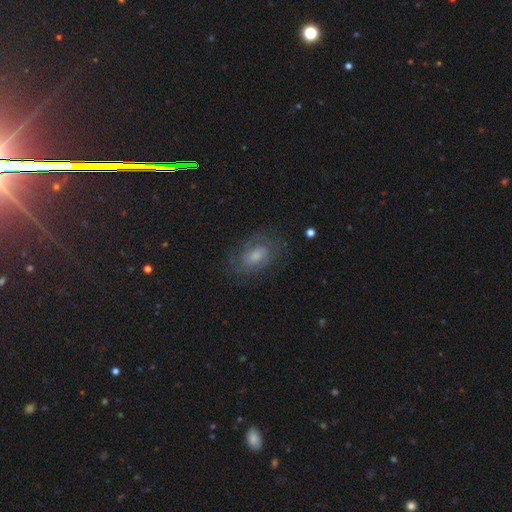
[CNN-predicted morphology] smooth-or-featured: featured or disk: 53% | smooth: 36% | star or artifact: 11%
  disk-edge-on: no: 95% | yes: 5%
    bar: no: 62% | weak: 32% | strong: 6%
    has-spiral-arms: yes: 78% | no: 22%
    bulge-size: small: 44% | moderate: 40% | large: 8% | none: 7% | dominant: 2%
  merging: none: 71% | minor disturbance: 18% | major disturbance: 10% | merger: 1%